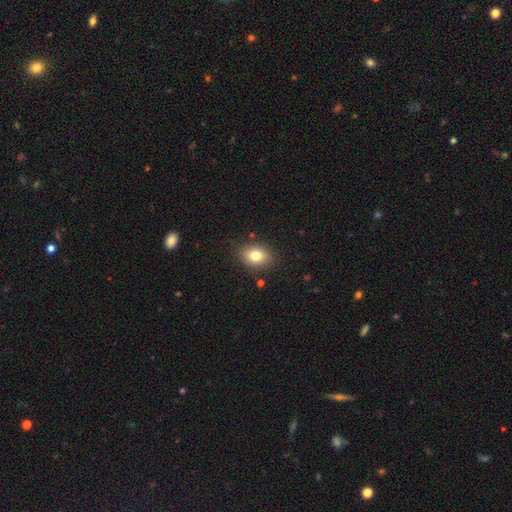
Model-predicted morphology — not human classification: A smooth galaxy with no disk features (79%) that is in between round and cigar-shaped (68%).

Vote fractions:
- Smooth or featured? smooth: 79% / featured or disk: 11% / star or artifact: 10%
- How rounded? in between: 68% / round: 30% / cigar-shaped: 1%
- Merging? none: 85% / minor disturbance: 11% / major disturbance: 3% / merger: 2%